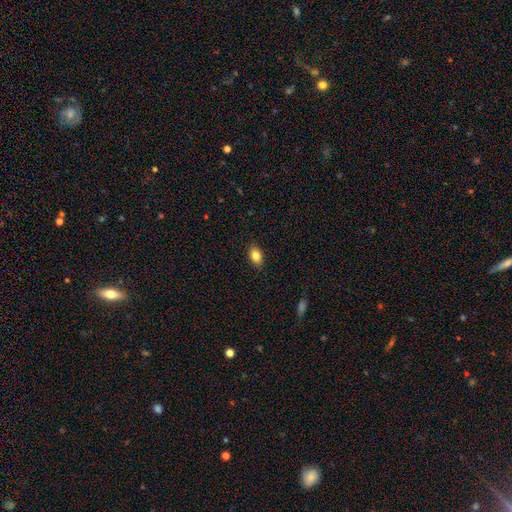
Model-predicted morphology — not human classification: smooth 84%, star or artifact 9%, featured or disk 8%. Down the decision tree: how rounded — in between (83%); merging — none (88%).